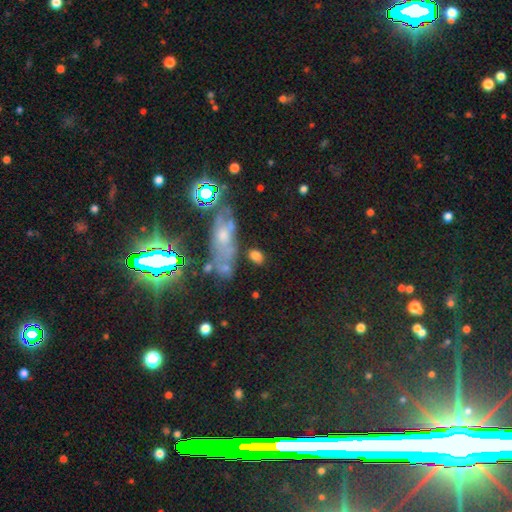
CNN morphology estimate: A smooth galaxy with no disk features (73%) that is in between round and cigar-shaped (73%).

Vote fractions:
- Smooth or featured? smooth: 73% / featured or disk: 14% / star or artifact: 13%
- How rounded? in between: 73% / round: 21% / cigar-shaped: 7%
- Merging? none: 65% / minor disturbance: 17% / merger: 10% / major disturbance: 8%